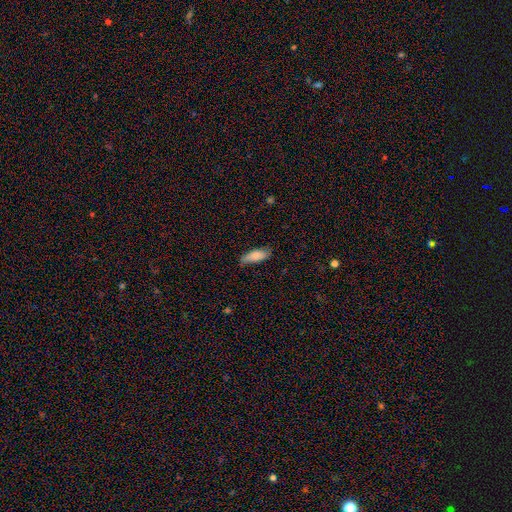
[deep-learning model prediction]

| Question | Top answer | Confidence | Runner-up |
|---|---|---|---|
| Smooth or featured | smooth | 78% | featured or disk (16%) |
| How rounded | in between | 66% | cigar-shaped (32%) |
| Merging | none | 68% | minor disturbance (26%) |